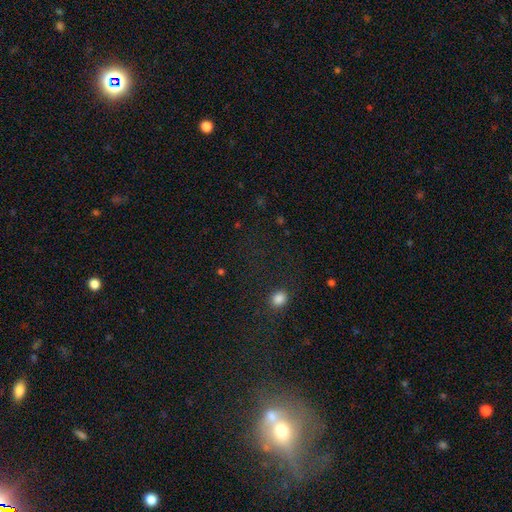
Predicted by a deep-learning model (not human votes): Smooth or featured? star or artifact (53%)